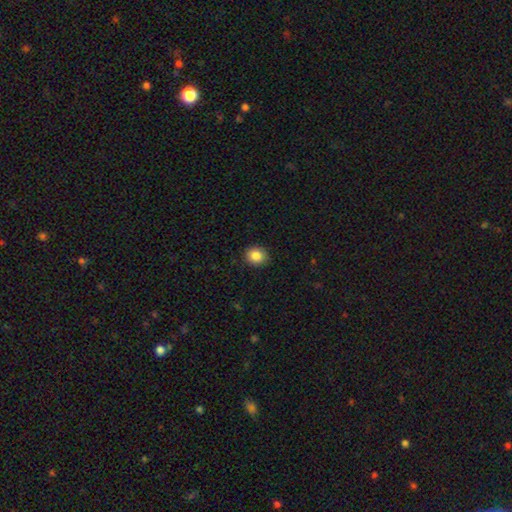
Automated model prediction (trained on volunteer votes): smooth-or-featured: smooth: 86% | star or artifact: 9% | featured or disk: 5%
  how-rounded: round: 77% | in between: 22% | cigar-shaped: 1%
  merging: none: 90% | minor disturbance: 7% | major disturbance: 2% | merger: 1%